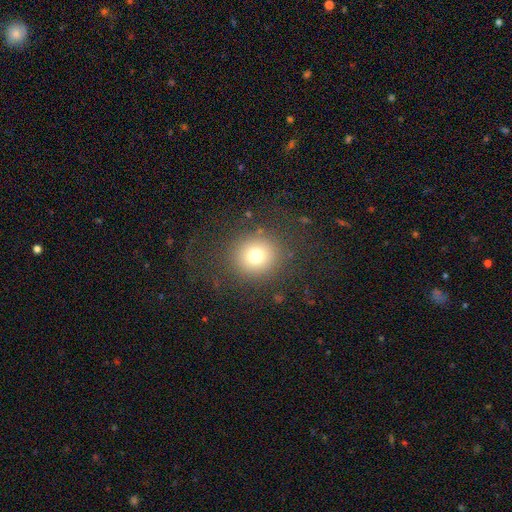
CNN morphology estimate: type=smooth (73%); roundness=round (89%); merging=none (84%).